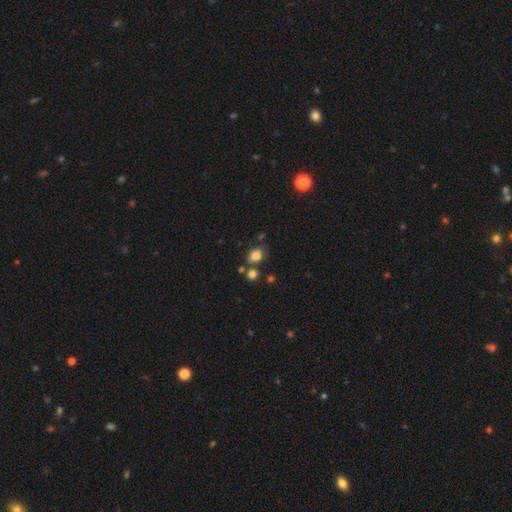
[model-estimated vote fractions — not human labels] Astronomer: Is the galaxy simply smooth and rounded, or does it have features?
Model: smooth — 82%.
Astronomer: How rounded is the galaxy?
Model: in between — 55% (runner-up: round, 43%).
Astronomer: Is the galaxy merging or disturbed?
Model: none — 67%.